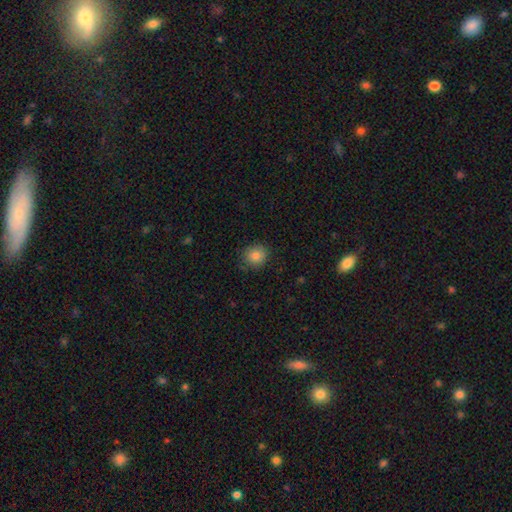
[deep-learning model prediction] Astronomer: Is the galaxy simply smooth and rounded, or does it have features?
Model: smooth — 85%.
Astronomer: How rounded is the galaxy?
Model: round — 81%.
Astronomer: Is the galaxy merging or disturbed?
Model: none — 84%.